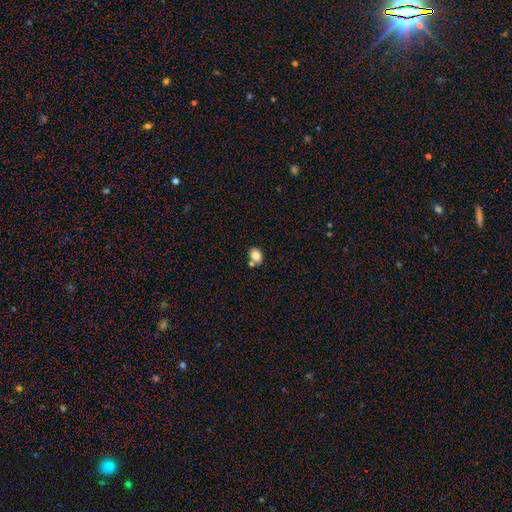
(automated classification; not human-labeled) smooth-or-featured: smooth: 81% | star or artifact: 10% | featured or disk: 9%
  how-rounded: in between: 65% | round: 34% | cigar-shaped: 1%
  merging: none: 67% | merger: 18% | minor disturbance: 12% | major disturbance: 3%